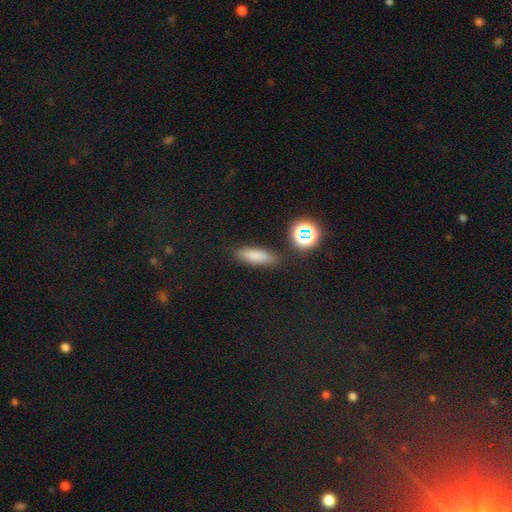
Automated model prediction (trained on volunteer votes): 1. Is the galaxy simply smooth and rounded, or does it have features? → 77% smooth, 14% star or artifact, 9% featured or disk.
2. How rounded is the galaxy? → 51% in between, 45% cigar-shaped, 4% round.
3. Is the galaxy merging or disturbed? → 82% none, 11% minor disturbance, 3% merger, 3% major disturbance.